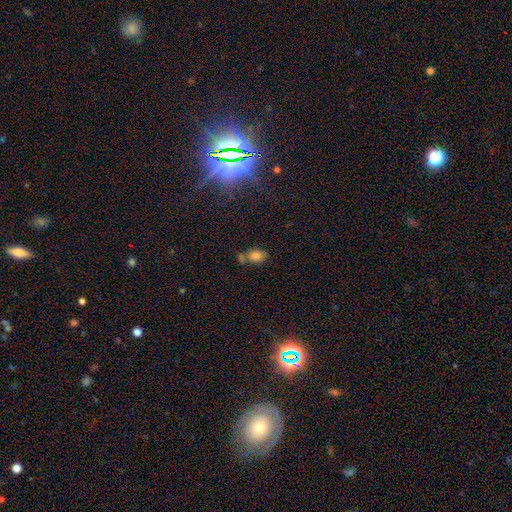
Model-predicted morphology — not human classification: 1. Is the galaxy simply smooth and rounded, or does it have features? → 78% smooth, 13% star or artifact, 9% featured or disk.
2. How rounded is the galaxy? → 75% in between, 24% round, 2% cigar-shaped.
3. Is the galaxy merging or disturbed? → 49% none, 28% merger, 16% minor disturbance, 6% major disturbance.